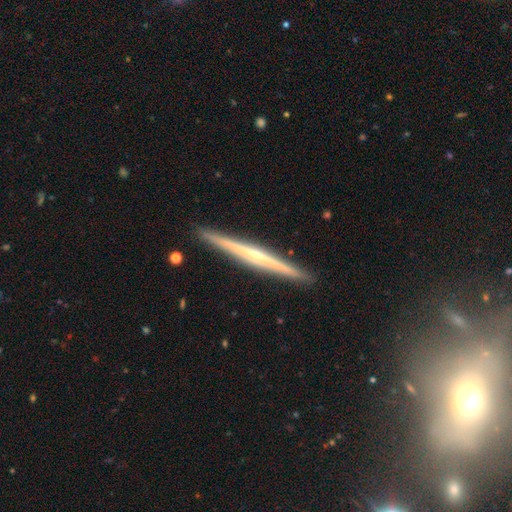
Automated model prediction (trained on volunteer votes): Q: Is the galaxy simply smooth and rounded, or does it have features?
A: featured or disk — 78%.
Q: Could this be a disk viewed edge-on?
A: yes — 98%.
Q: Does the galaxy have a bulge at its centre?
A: rounded — 61%.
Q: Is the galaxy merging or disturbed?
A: none — 92%.